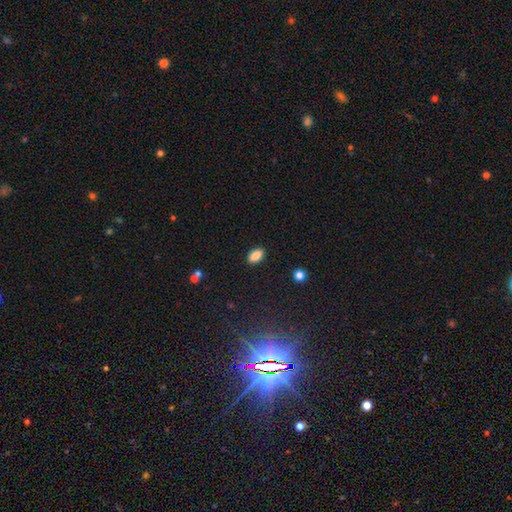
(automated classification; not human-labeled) Q: Smooth or featured?
A: smooth (85%); runner-up: star or artifact (9%)
Q: How rounded?
A: in between (90%); runner-up: round (5%)
Q: Merging?
A: none (89%); runner-up: minor disturbance (8%)